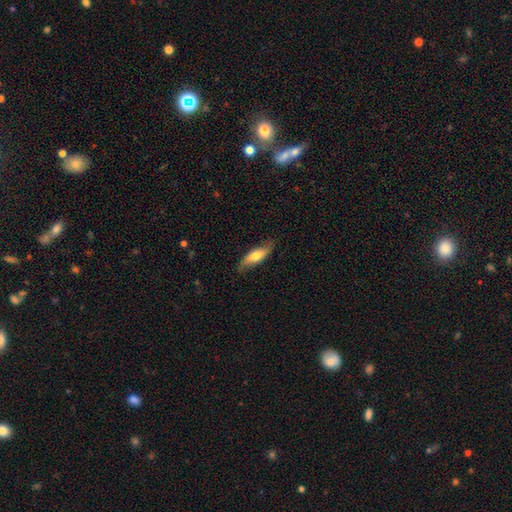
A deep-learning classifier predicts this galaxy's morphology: The model was most divided on "how rounded": in between: 50%, cigar-shaped: 47%, round: 2%. More confident: merging — none (79%); smooth or featured — smooth (62%).